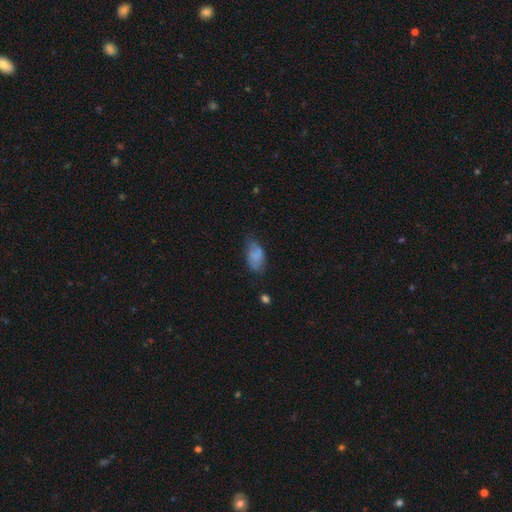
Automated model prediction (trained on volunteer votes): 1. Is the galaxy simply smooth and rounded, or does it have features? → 75% smooth, 15% featured or disk, 9% star or artifact.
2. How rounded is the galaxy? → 92% in between, 5% round, 2% cigar-shaped.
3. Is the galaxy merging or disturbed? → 50% none, 34% minor disturbance, 12% major disturbance, 4% merger.